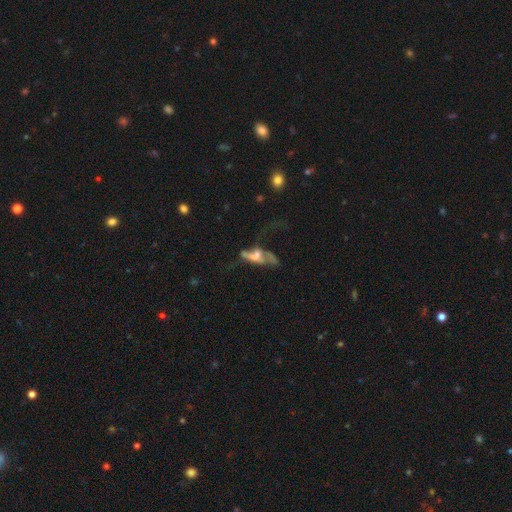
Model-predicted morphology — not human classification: type=featured or disk (56%); edge-on=no (72%); merging=major disturbance (41%).